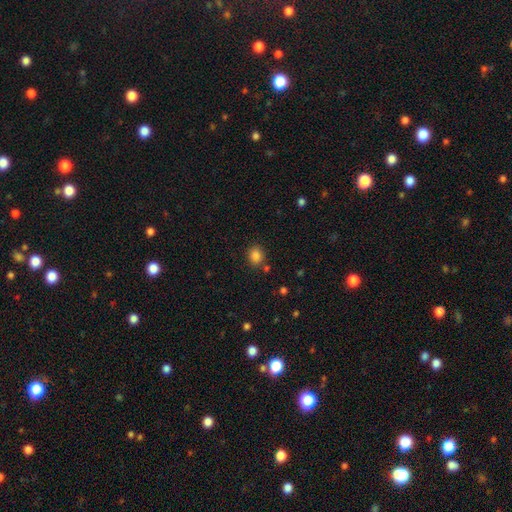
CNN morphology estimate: Smooth or featured?
  - smooth: 83% *
  - star or artifact: 12%
  - featured or disk: 5%
How rounded?
  - round: 64% *
  - in between: 35%
  - cigar-shaped: 1%
Merging?
  - none: 81% *
  - minor disturbance: 10%
  - merger: 6%
  - major disturbance: 3%